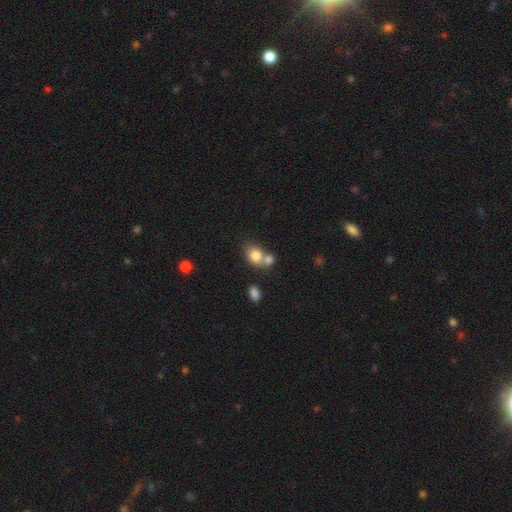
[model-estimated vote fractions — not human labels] smooth 80%, featured or disk 10%, star or artifact 10%. Down the decision tree: how rounded — round (50%); merging — merger (49%).